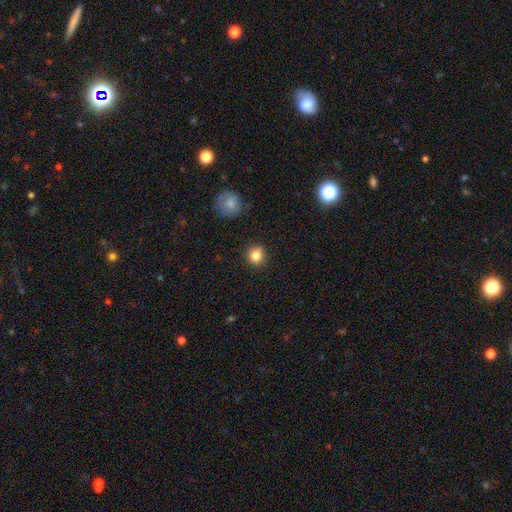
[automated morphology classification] smooth_or_featured: smooth (p=0.83) [alt: star or artifact p=0.11]
how_rounded: round (p=0.92) [alt: in between p=0.07]
merging: none (p=0.90) [alt: minor disturbance p=0.07]